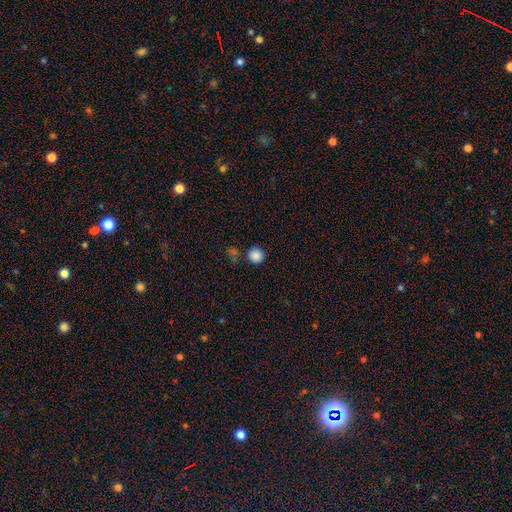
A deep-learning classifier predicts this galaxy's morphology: smooth 86%, star or artifact 10%, featured or disk 3%. Down the decision tree: how rounded — round (95%); merging — none (82%).